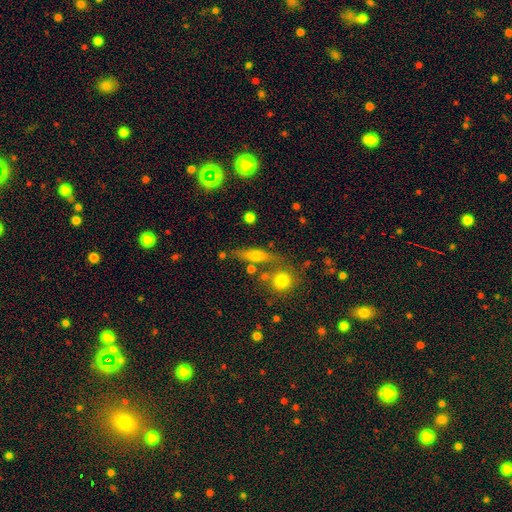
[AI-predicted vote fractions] Overall: smooth (52%; featured or disk 37%). How rounded: cigar-shaped (60%; in between 32%). Merging: none (70%).